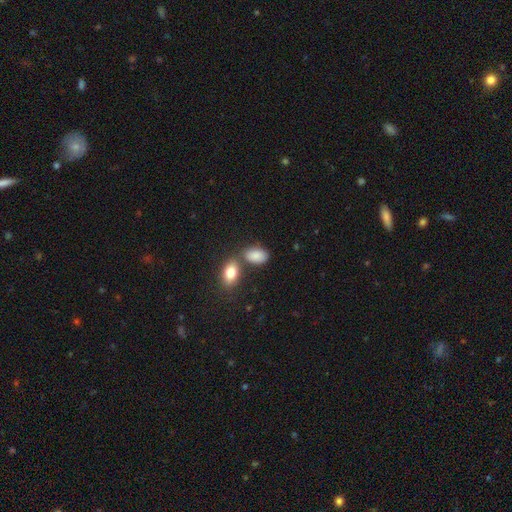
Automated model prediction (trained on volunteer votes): Q: Smooth or featured?
A: smooth (86%); runner-up: star or artifact (8%)
Q: How rounded?
A: in between (91%); runner-up: round (7%)
Q: Merging?
A: none (59%); runner-up: merger (21%)